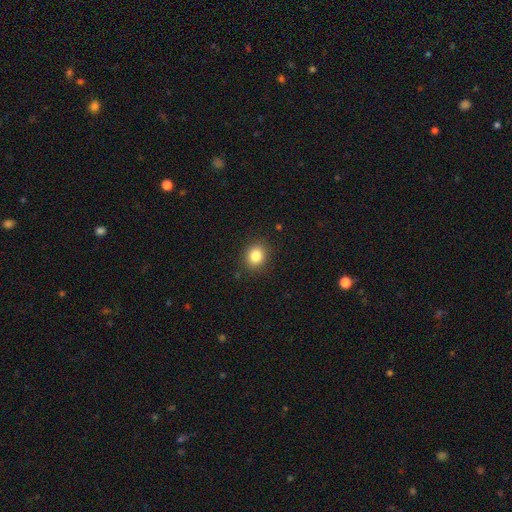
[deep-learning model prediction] Q: Smooth or featured?
A: smooth (84%); runner-up: star or artifact (11%)
Q: How rounded?
A: round (73%); runner-up: in between (26%)
Q: Merging?
A: none (89%); runner-up: minor disturbance (7%)